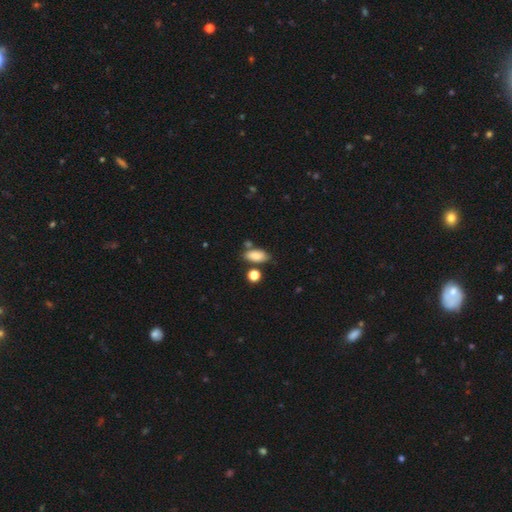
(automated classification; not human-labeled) Smooth or featured? Predicted: smooth (p=0.84). How rounded? Predicted: in between (p=0.88). Merging? Predicted: none (p=0.66).